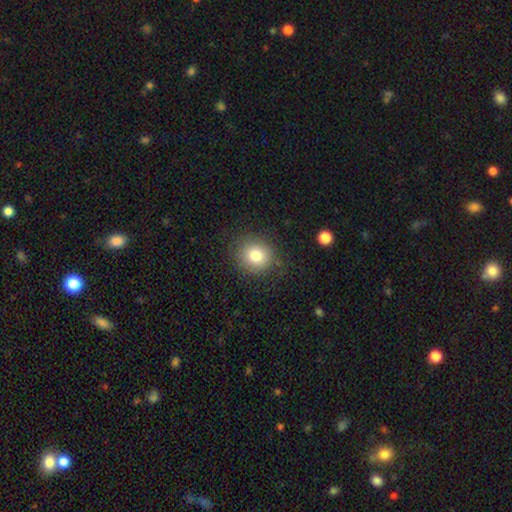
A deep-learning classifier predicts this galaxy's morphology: Smooth or featured? smooth (80%)
How rounded? round (85%)
Merging? none (84%)